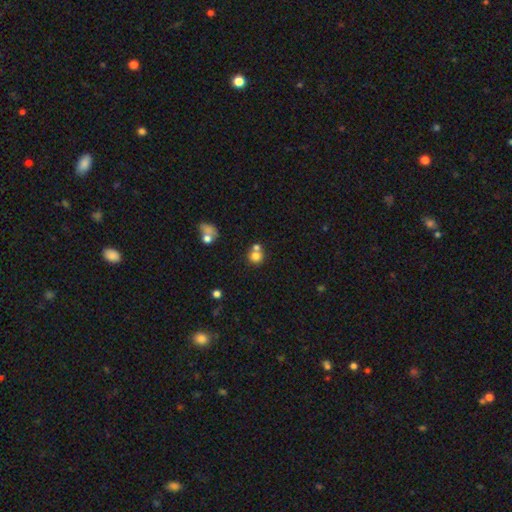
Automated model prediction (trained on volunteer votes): smooth-or-featured: smooth: 76% | star or artifact: 12% | featured or disk: 12%
  how-rounded: round: 85% | in between: 14% | cigar-shaped: 1%
  merging: none: 49% | merger: 39% | minor disturbance: 8% | major disturbance: 3%